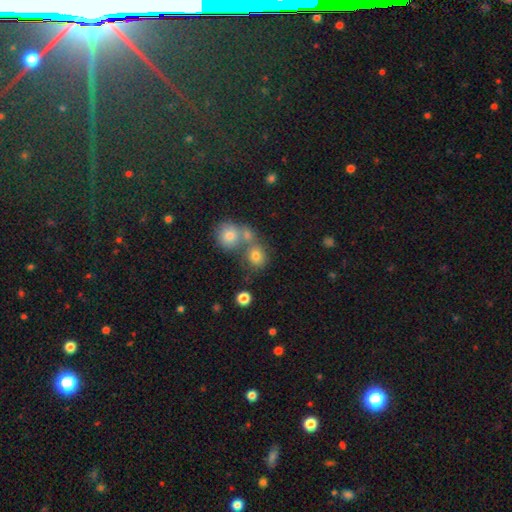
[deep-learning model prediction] Morphology: type=smooth (76%); roundness=round (71%); merging=merger (44%).